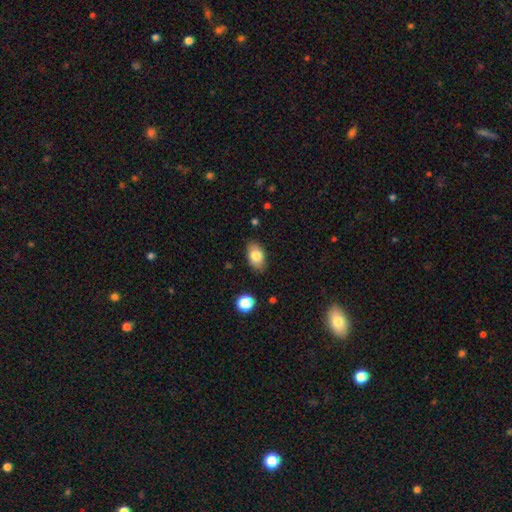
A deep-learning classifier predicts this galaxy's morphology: A smooth galaxy with no disk features (81%) that is in between round and cigar-shaped (89%). Merging: none (86%).